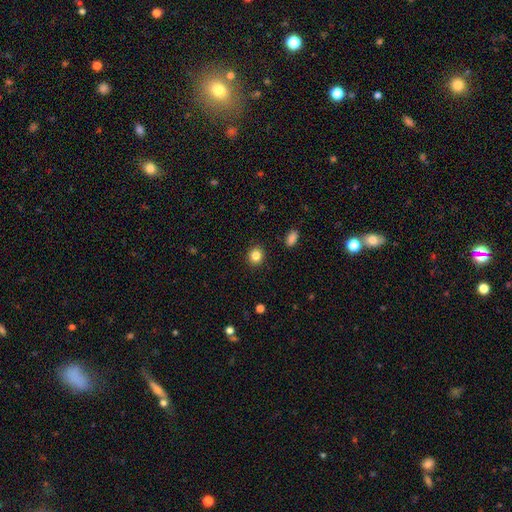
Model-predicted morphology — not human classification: smooth-or-featured: smooth: 84% | star or artifact: 11% | featured or disk: 5%
  how-rounded: round: 79% | in between: 20% | cigar-shaped: 1%
  merging: none: 90% | minor disturbance: 6% | major disturbance: 2% | merger: 1%